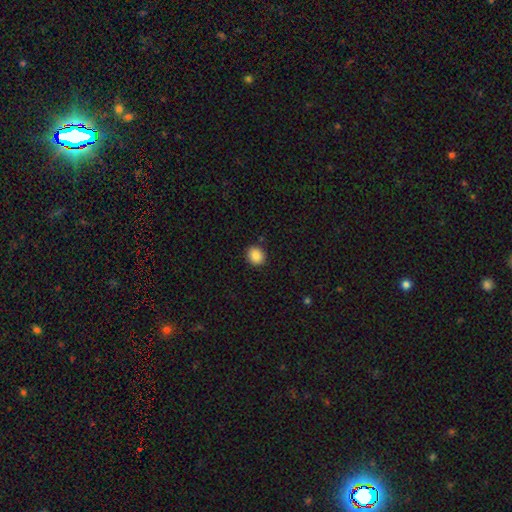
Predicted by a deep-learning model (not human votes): smooth_or_featured: smooth (p=0.87) [alt: star or artifact p=0.09]
how_rounded: round (p=0.73) [alt: in between p=0.26]
merging: none (p=0.89) [alt: minor disturbance p=0.07]